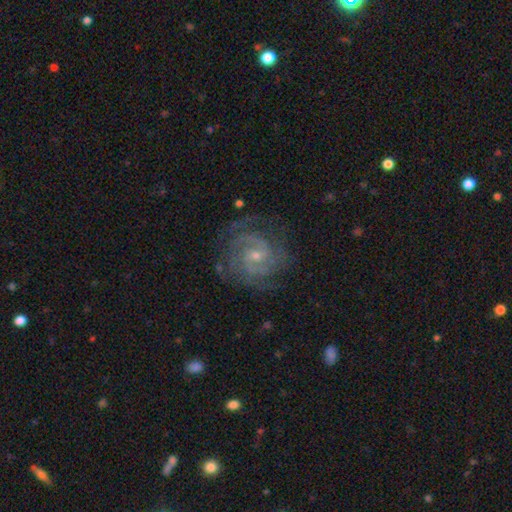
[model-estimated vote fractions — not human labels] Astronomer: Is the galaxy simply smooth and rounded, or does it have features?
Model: featured or disk — 90%.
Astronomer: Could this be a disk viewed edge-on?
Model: no — 98%.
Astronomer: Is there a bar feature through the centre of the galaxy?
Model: no — 45% (runner-up: weak, 44%).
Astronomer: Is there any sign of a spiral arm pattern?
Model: yes — 98%.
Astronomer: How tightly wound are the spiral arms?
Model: tight — 61%.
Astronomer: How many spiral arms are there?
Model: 2 — 57%.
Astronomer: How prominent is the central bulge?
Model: small — 66%.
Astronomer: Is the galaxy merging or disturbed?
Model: none — 77%.